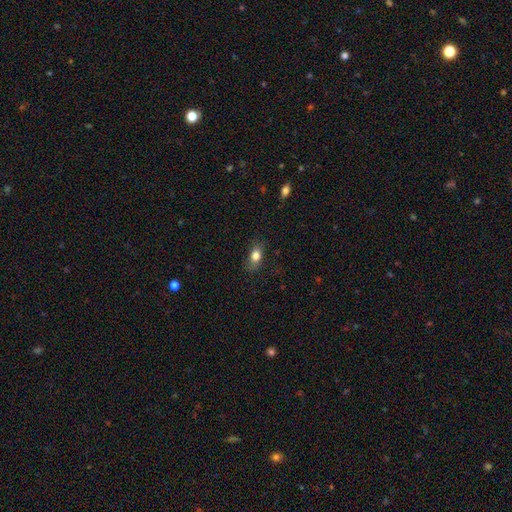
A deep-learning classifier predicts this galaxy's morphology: Q: Smooth or featured?
A: smooth (80%); runner-up: featured or disk (12%)
Q: How rounded?
A: in between (79%); runner-up: round (15%)
Q: Merging?
A: none (78%); runner-up: minor disturbance (17%)